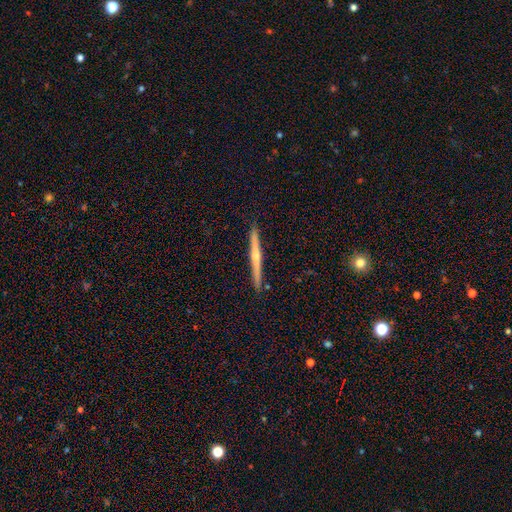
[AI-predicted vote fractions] Smooth or featured? Predicted: featured or disk (p=0.68). Edge-on disk? Predicted: yes (p=0.98). Edge-on bulge? Predicted: rounded (p=0.67). Merging? Predicted: none (p=0.90).